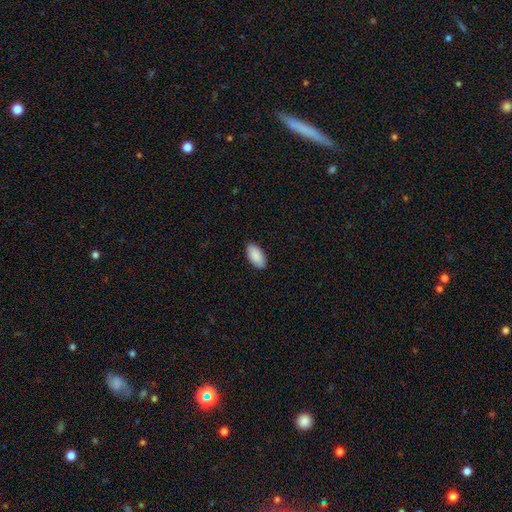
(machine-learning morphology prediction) A smooth galaxy with no disk features (91%) that is in between round and cigar-shaped (95%).

Vote fractions:
- Smooth or featured? smooth: 91% / star or artifact: 6% / featured or disk: 4%
- How rounded? in between: 95% / cigar-shaped: 3% / round: 2%
- Merging? none: 89% / minor disturbance: 8% / major disturbance: 2% / merger: 1%